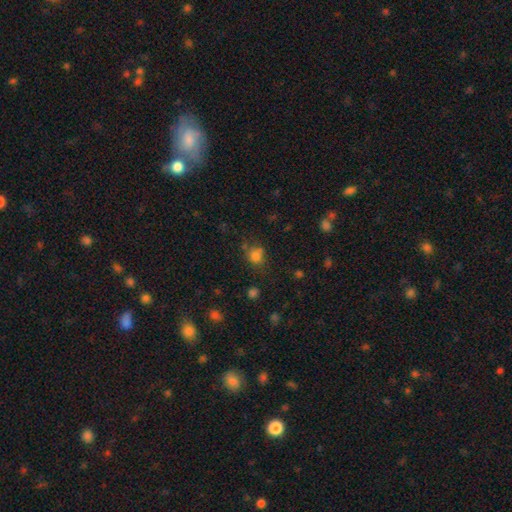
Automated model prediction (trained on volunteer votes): Q: Smooth or featured?
A: smooth (75%); runner-up: star or artifact (17%)
Q: How rounded?
A: round (71%); runner-up: in between (28%)
Q: Merging?
A: none (60%); runner-up: minor disturbance (20%)